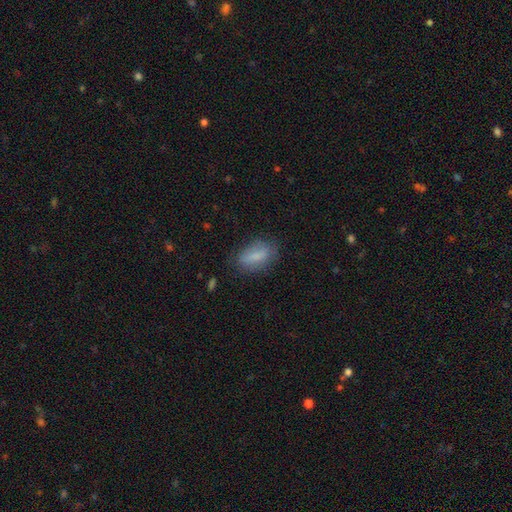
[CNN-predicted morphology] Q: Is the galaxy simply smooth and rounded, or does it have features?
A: smooth — 79%.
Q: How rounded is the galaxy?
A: in between — 81%.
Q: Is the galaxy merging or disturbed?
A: none — 75%.